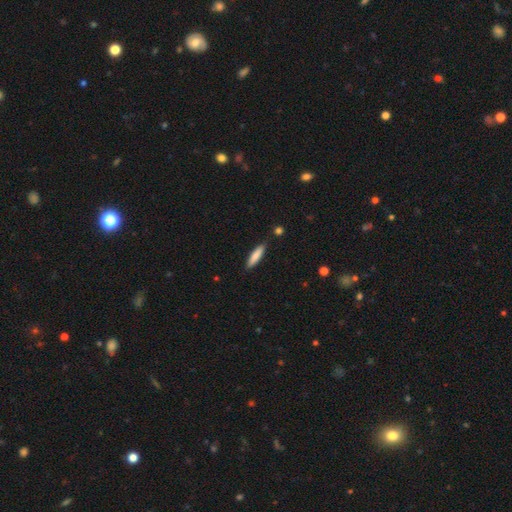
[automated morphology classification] Smooth or featured: smooth — 81% (featured or disk — 13%)
How rounded: cigar-shaped — 79% (in between — 20%)
Merging: none — 86% (minor disturbance — 10%)